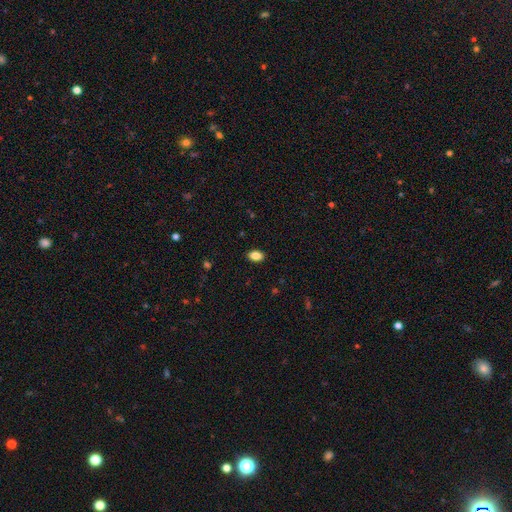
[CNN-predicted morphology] The model was most divided on "smooth or featured": smooth: 87%, star or artifact: 9%, featured or disk: 5%. More confident: merging — none (89%); how rounded — in between (88%).